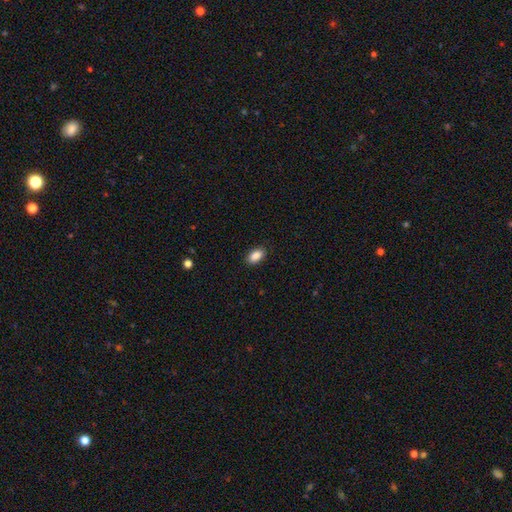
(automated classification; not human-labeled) The model was most divided on "merging": none: 88%, minor disturbance: 9%, major disturbance: 2%, merger: 1%. More confident: how rounded — in between (92%); smooth or featured — smooth (89%).